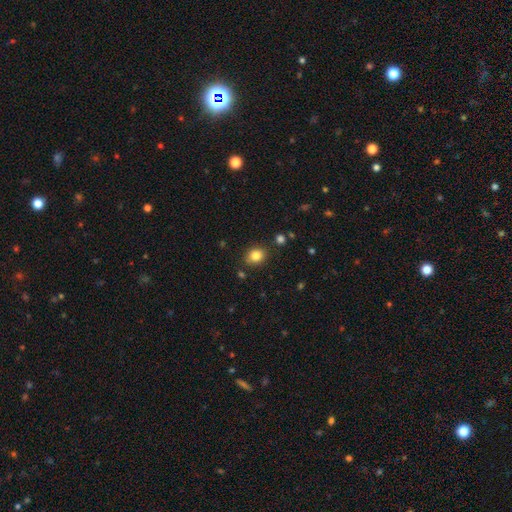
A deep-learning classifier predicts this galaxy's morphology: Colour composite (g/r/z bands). It shows a smooth galaxy with no disk features (83%) that is round (58%). Merging: none (83%).